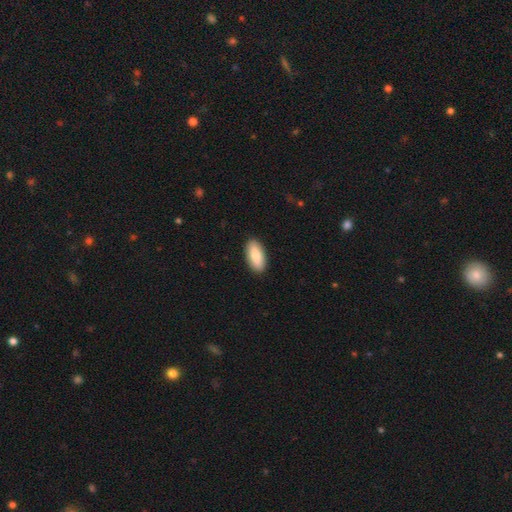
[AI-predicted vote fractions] A smooth galaxy with no disk features (80%) that is in between round and cigar-shaped (88%). Merging: none (90%).